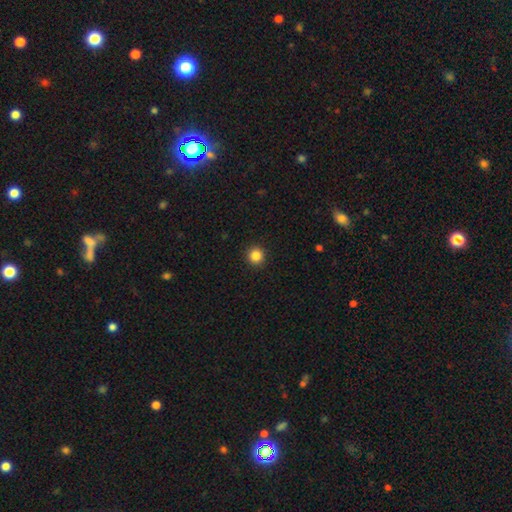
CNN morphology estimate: Overall: smooth (85%). How rounded: round (95%). Merging: none (93%).